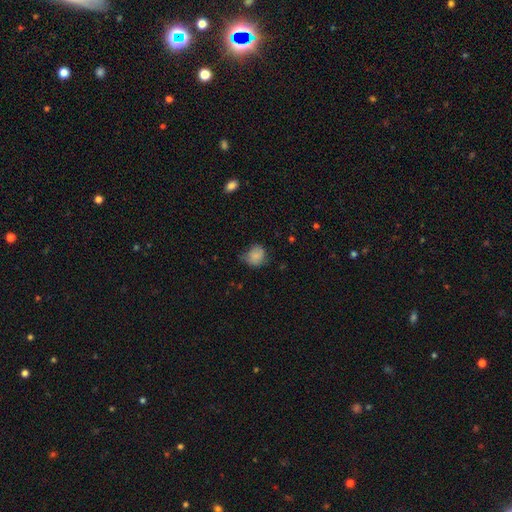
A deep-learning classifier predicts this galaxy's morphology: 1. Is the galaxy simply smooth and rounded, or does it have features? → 78% smooth, 12% featured or disk, 10% star or artifact.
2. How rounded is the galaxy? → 66% round, 33% in between, 1% cigar-shaped.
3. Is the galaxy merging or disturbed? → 50% none, 36% minor disturbance, 12% major disturbance, 2% merger.